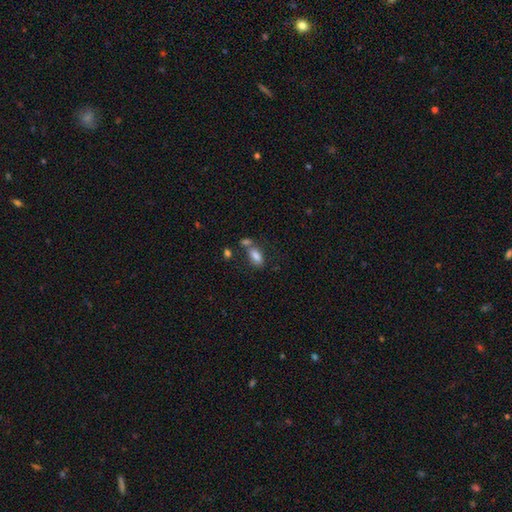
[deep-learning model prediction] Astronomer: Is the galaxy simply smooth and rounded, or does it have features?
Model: smooth — 82%.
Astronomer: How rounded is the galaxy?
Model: in between — 87%.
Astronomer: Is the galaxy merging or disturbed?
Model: none — 50% (runner-up: merger, 30%).